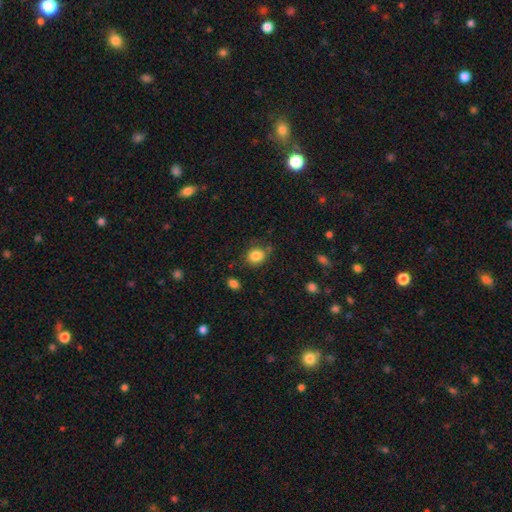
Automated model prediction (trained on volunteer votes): Overall: smooth (85%). How rounded: round (56%; in between 43%). Merging: none (73%).